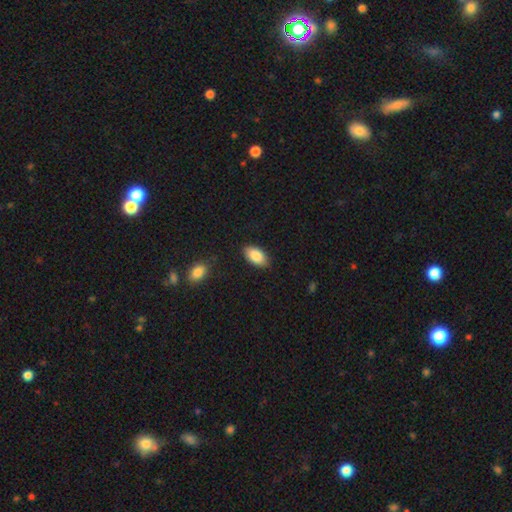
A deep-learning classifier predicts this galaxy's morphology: A smooth galaxy with no disk features (88%) that is in between round and cigar-shaped (94%).

Vote fractions:
- Smooth or featured? smooth: 88% / star or artifact: 6% / featured or disk: 6%
- How rounded? in between: 94% / round: 3% / cigar-shaped: 3%
- Merging? none: 85% / minor disturbance: 11% / major disturbance: 2% / merger: 2%